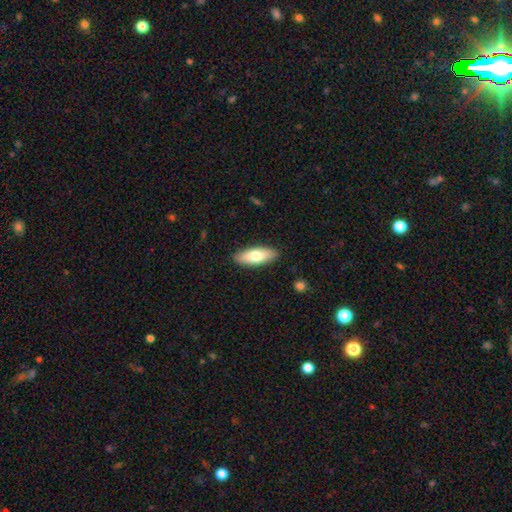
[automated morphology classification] Q: Smooth or featured?
A: smooth (75%); runner-up: featured or disk (20%)
Q: How rounded?
A: in between (71%); runner-up: cigar-shaped (27%)
Q: Merging?
A: none (89%); runner-up: minor disturbance (9%)